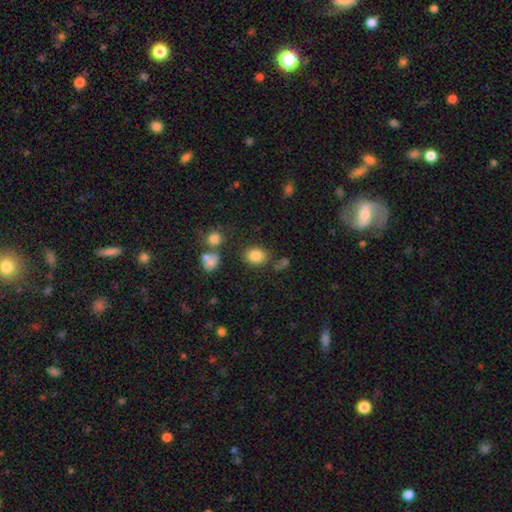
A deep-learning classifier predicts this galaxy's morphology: The model was most divided on "how rounded": in between: 62%, round: 37%, cigar-shaped: 1%. More confident: smooth or featured — smooth (83%); merging — none (76%).